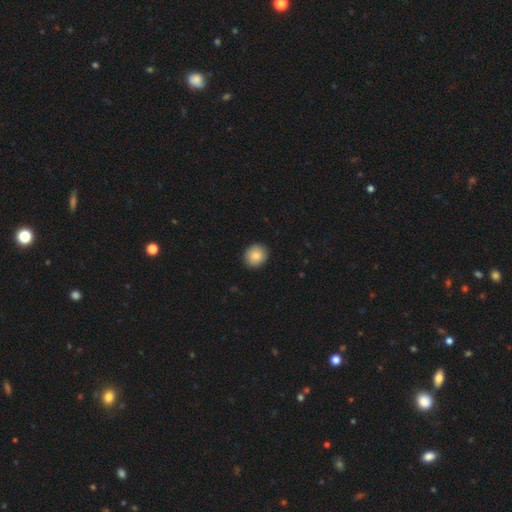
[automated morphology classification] smooth_or_featured: smooth (p=0.85) [alt: star or artifact p=0.08]
how_rounded: round (p=0.80) [alt: in between p=0.19]
merging: none (p=0.91) [alt: minor disturbance p=0.07]